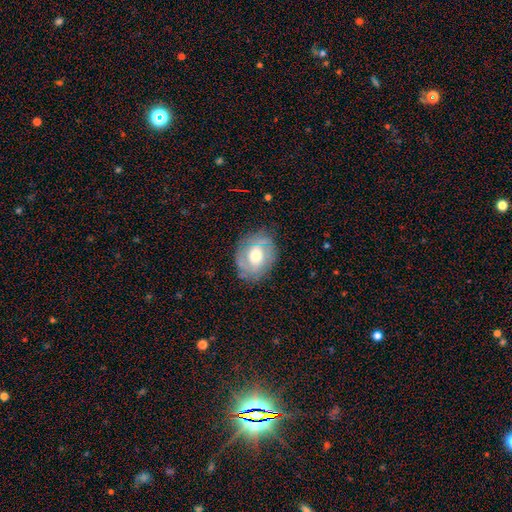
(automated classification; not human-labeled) Smooth or featured: featured or disk — 57% (smooth — 36%)
Edge-on disk: no — 95% (yes — 5%)
Bar: no — 71% (weak — 23%)
Spiral arms: yes — 64% (no — 36%)
Bulge size: moderate — 65% (large — 23%)
Merging: none — 74% (minor disturbance — 18%)